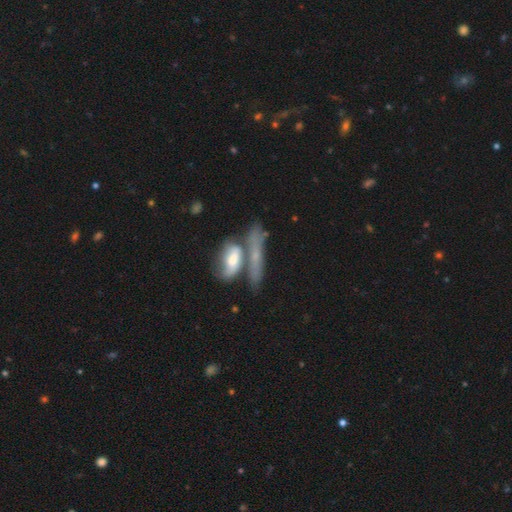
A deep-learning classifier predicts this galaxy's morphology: The model was most divided on "merging": merger: 42%, none: 40%, minor disturbance: 12%, major disturbance: 6%. Remaining: smooth or featured — smooth (47%).